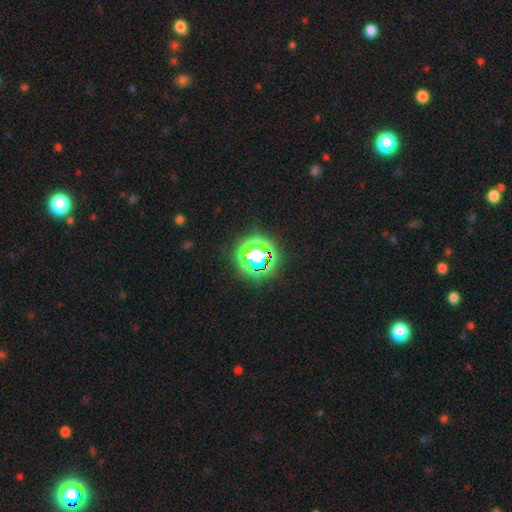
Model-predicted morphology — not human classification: smooth_or_featured: star or artifact (p=0.61) [alt: smooth p=0.26]